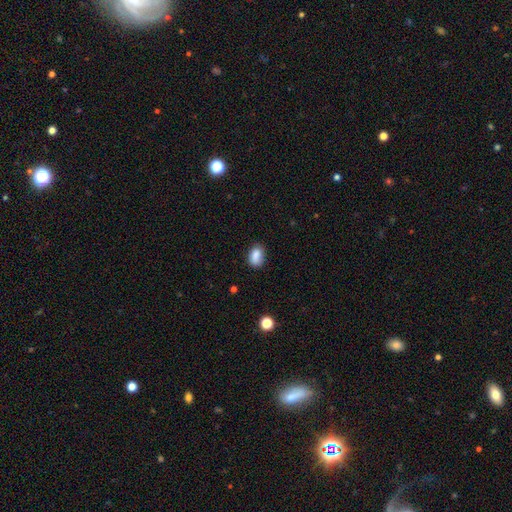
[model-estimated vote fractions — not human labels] Smooth or featured? smooth (86%)
How rounded? in between (81%)
Merging? none (72%)